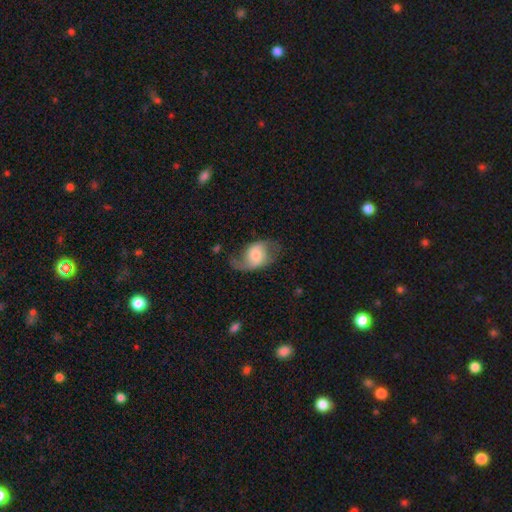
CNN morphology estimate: Smooth or featured? featured or disk (60%)
Edge-on disk? no (96%)
Bar? no (55%)
Spiral arms? yes (87%)
Bulge size? moderate (43%)
Merging? none (51%)